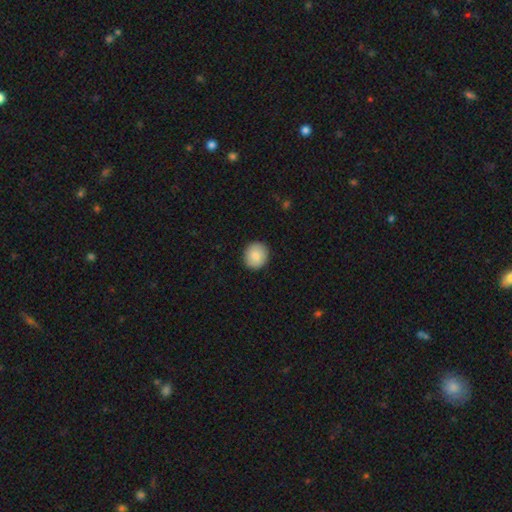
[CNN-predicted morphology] Overall: smooth (87%). How rounded: round (84%). Merging: none (91%).